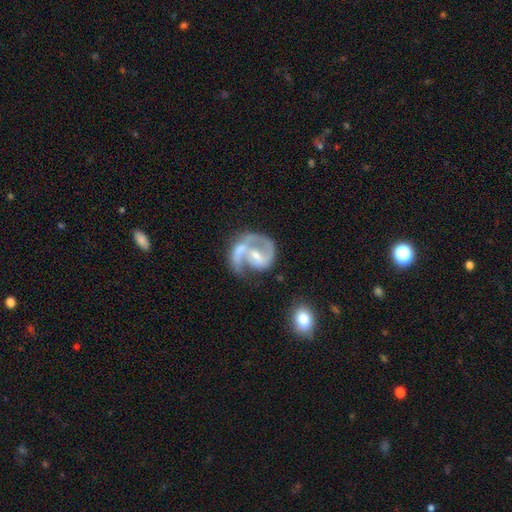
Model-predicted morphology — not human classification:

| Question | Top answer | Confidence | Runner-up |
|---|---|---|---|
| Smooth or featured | featured or disk | 85% | smooth (9%) |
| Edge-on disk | no | 98% | yes (2%) |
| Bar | weak | 43% | no (35%) |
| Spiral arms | yes | 91% | no (9%) |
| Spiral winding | medium | 51% | tight (26%) |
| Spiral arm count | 2 | 64% | 1 (27%) |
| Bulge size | small | 48% | moderate (40%) |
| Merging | none | 43% | major disturbance (20%) |